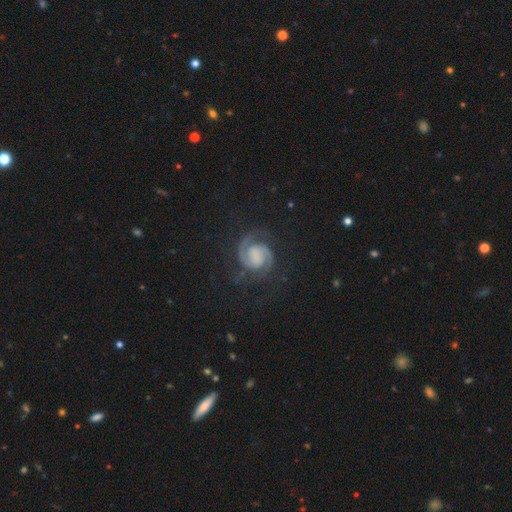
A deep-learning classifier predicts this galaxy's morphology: Smooth or featured?
  - featured or disk: 85% *
  - star or artifact: 8%
  - smooth: 7%
Edge-on disk?
  - no: 98% *
  - yes: 2%
Bar?
  - no: 46% *
  - weak: 39%
  - strong: 15%
Spiral arms?
  - yes: 98% *
  - no: 2%
Spiral winding?
  - medium: 46% *
  - tight: 44%
  - loose: 9%
Spiral arm count?
  - 2: 93% *
  - can't tell: 2%
  - 3: 2%
  - 1: 1%
  - 4: 1%
  - more than 4: 1%
Bulge size?
  - none: 44% *
  - small: 19%
  - moderate: 17%
  - large: 17%
  - dominant: 4%
Merging?
  - none: 77% *
  - minor disturbance: 13%
  - major disturbance: 8%
  - merger: 1%